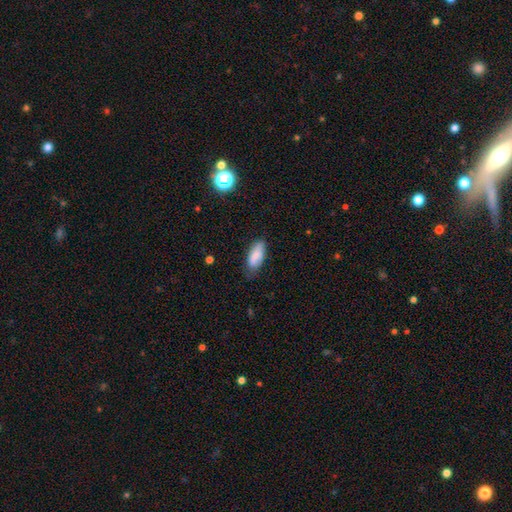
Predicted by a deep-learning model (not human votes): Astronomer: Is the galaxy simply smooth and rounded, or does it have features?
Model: smooth — 83%.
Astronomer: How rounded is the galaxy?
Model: in between — 82%.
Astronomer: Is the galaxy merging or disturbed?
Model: none — 68%.